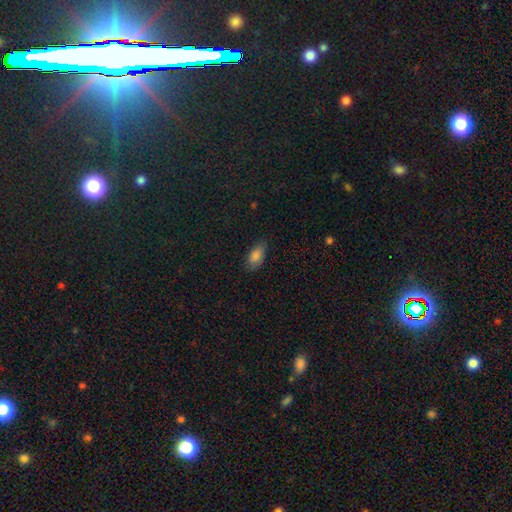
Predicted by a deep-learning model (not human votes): smooth 84%, star or artifact 9%, featured or disk 7%. Down the decision tree: how rounded — in between (90%); merging — none (76%).